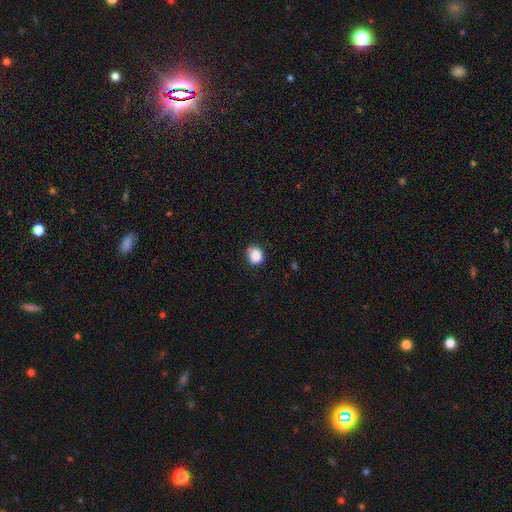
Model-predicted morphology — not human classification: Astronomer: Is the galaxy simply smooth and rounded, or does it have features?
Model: smooth — 87%.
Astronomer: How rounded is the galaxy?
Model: round — 68%.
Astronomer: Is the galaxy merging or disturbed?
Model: none — 77%.